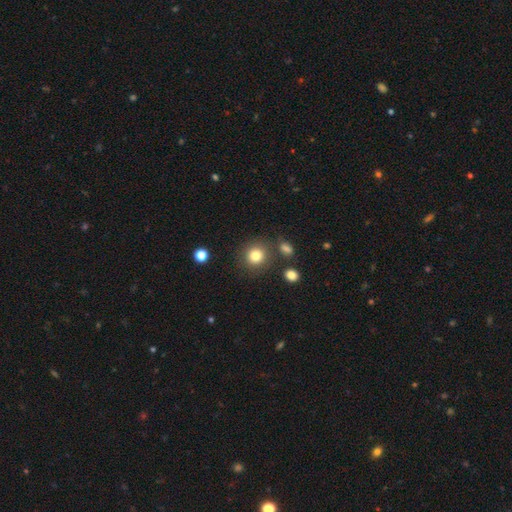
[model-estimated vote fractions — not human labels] Overall: smooth (82%). How rounded: round (90%). Merging: none (82%).